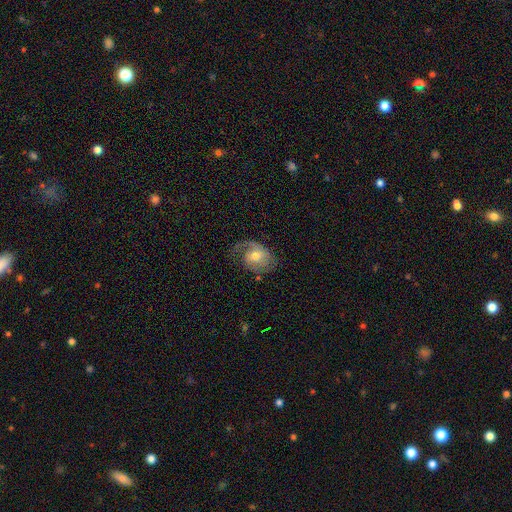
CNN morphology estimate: A featured or disk galaxy (70%) with no bar (59%), 1 (47%) medium (41%) spiral arms (90%) and a moderate central bulge (62%).

Vote fractions:
- Smooth or featured? featured or disk: 70% / smooth: 23% / star or artifact: 7%
- Edge-on disk? no: 96% / yes: 4%
- Bar? no: 59% / weak: 34% / strong: 7%
- Spiral arms? yes: 90% / no: 10%
- Spiral winding? medium: 41% / loose: 30% / tight: 29%
- Spiral arm count? 1: 47% / 2: 41% / can't tell: 8% / 3: 2% / 4: 1% / more than 4: 1%
- Bulge size? moderate: 62% / small: 30% / large: 5% / none: 2% / dominant: 1%
- Merging? none: 55% / minor disturbance: 23% / major disturbance: 21% / merger: 2%